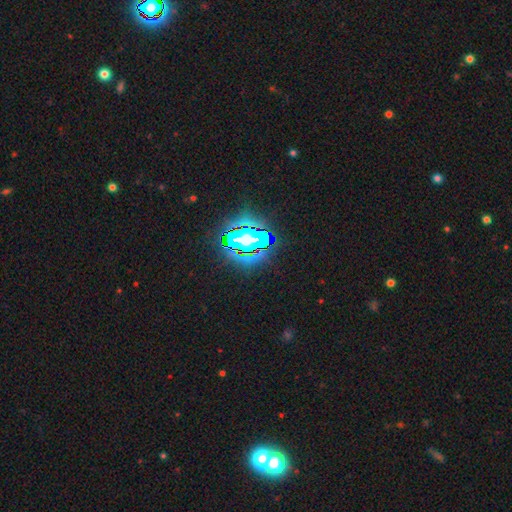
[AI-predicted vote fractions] Morphology: type=star or artifact (83%).